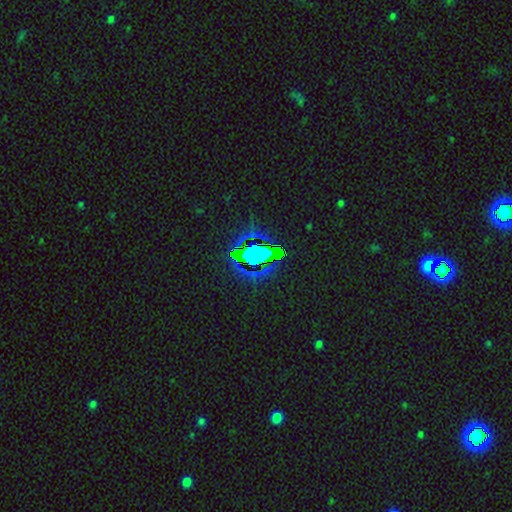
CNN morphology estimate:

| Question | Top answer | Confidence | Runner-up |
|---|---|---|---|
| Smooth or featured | star or artifact | 78% | smooth (12%) |